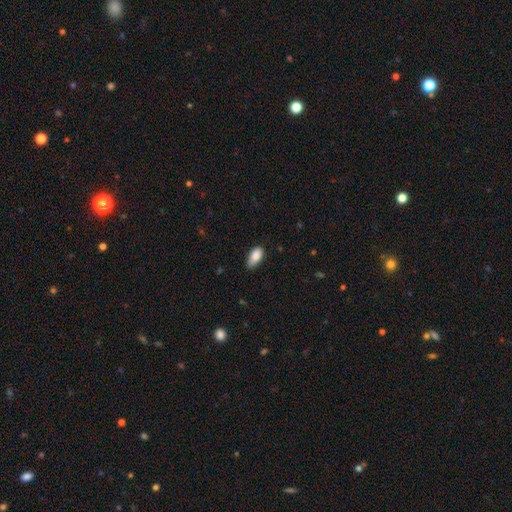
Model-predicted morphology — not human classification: smooth-or-featured: smooth: 86% | star or artifact: 7% | featured or disk: 7%
  how-rounded: in between: 92% | cigar-shaped: 6% | round: 3%
  merging: none: 67% | minor disturbance: 28% | major disturbance: 4% | merger: 1%